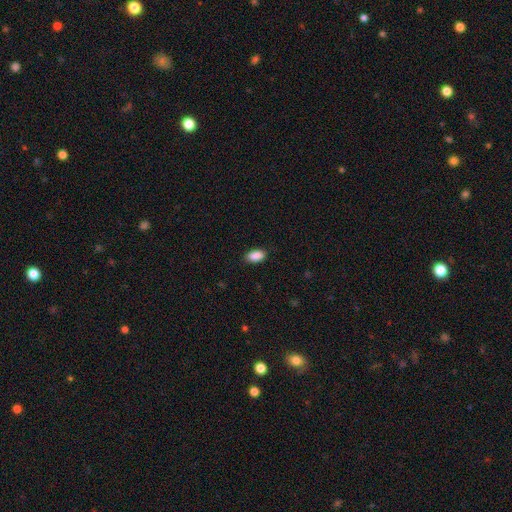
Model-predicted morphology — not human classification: smooth 90%, star or artifact 7%, featured or disk 3%. Down the decision tree: how rounded — in between (92%); merging — none (85%).